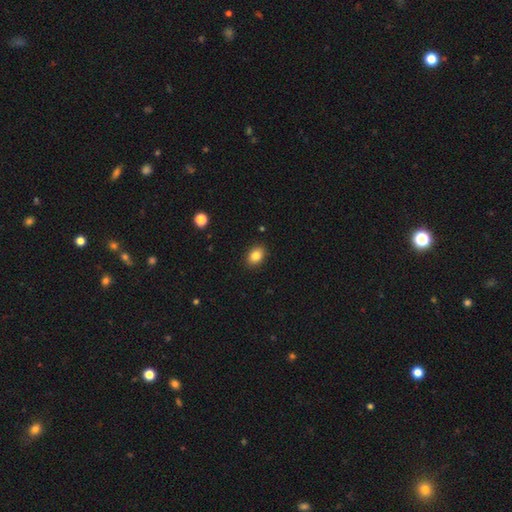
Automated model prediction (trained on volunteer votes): Smooth or featured? smooth (84%)
How rounded? in between (74%)
Merging? none (89%)